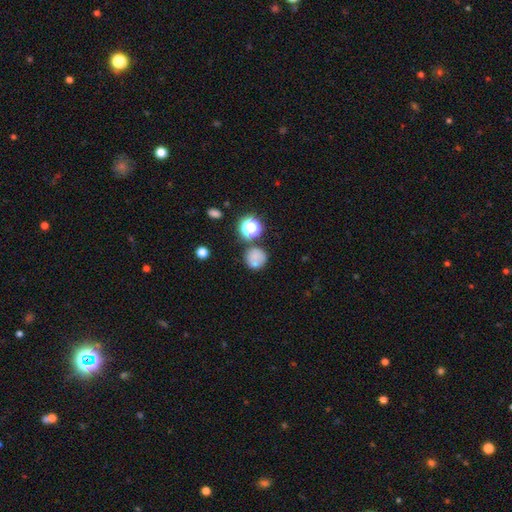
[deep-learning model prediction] A smooth galaxy with no disk features (71%) that is round (89%).

Vote fractions:
- Smooth or featured? smooth: 71% / star or artifact: 16% / featured or disk: 14%
- How rounded? round: 89% / in between: 10% / cigar-shaped: 1%
- Merging? none: 61% / merger: 20% / minor disturbance: 13% / major disturbance: 6%